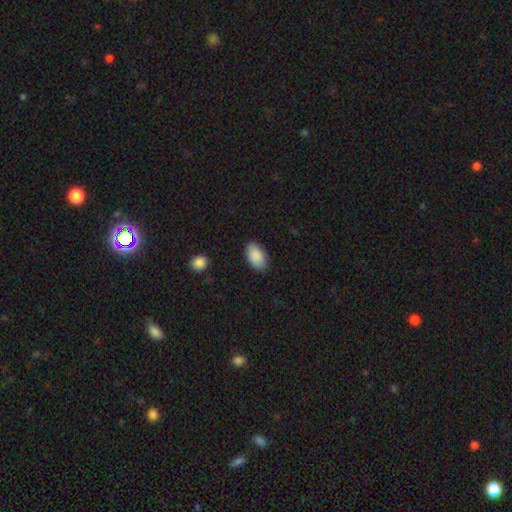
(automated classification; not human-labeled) smooth 90%, star or artifact 6%, featured or disk 4%. Down the decision tree: how rounded — in between (94%); merging — none (85%).